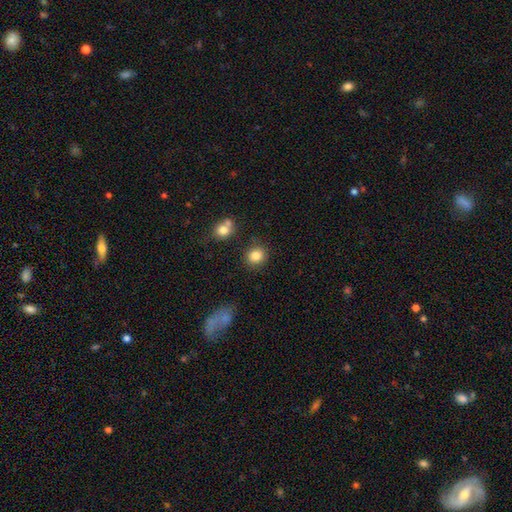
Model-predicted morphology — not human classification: The model was most divided on "how rounded": round: 83%, in between: 16%, cigar-shaped: 1%. More confident: merging — none (84%); smooth or featured — smooth (84%).